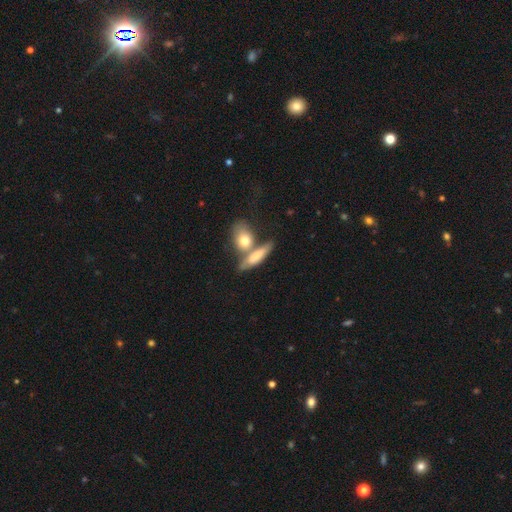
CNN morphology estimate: type=smooth (62%); roundness=in between (49%); merging=merger (42%).